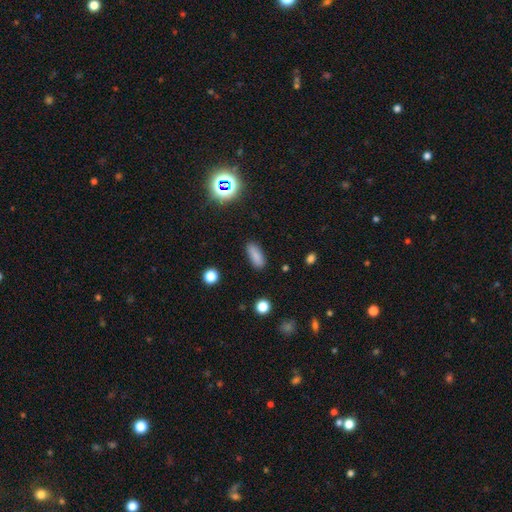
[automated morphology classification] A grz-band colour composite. It shows a smooth galaxy with no disk features (83%) that is in between round and cigar-shaped (69%). Merging: none (86%).